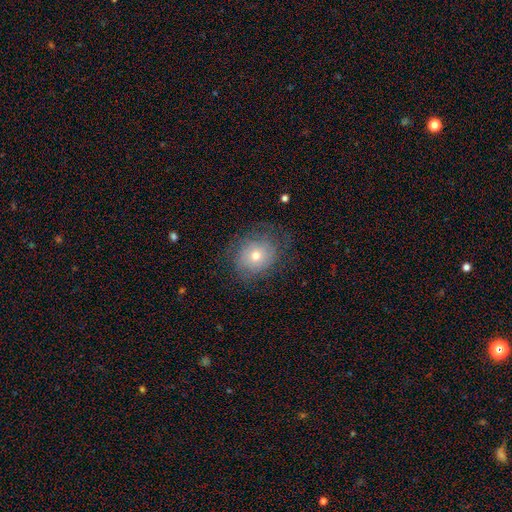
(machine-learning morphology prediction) A smooth galaxy with no disk features (61%) that is round (72%).

Vote fractions:
- Smooth or featured? smooth: 61% / featured or disk: 28% / star or artifact: 12%
- How rounded? round: 72% / in between: 27% / cigar-shaped: 1%
- Merging? none: 69% / minor disturbance: 18% / major disturbance: 11% / merger: 1%